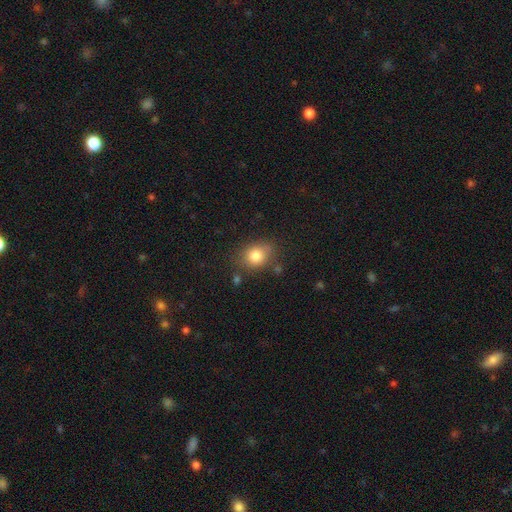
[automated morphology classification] This is clearly a smooth galaxy (81%). How rounded: possibly round (54%). Merging: likely none (73%).